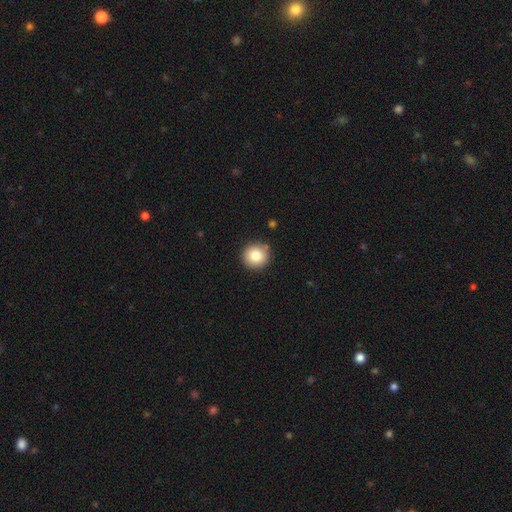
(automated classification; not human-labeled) Overall: smooth (82%). How rounded: round (92%). Merging: none (88%).